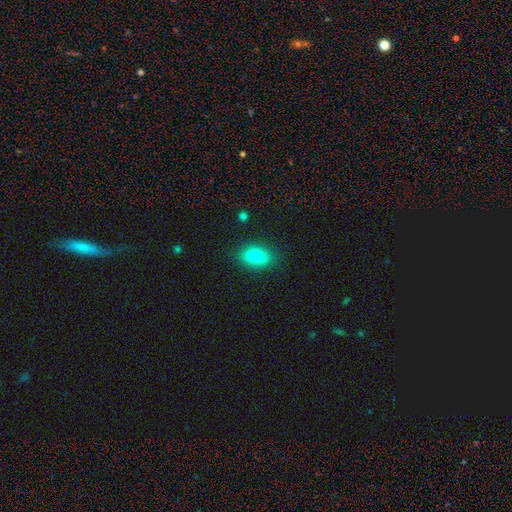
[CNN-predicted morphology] Overall: smooth (82%). How rounded: in between (87%). Merging: none (82%).